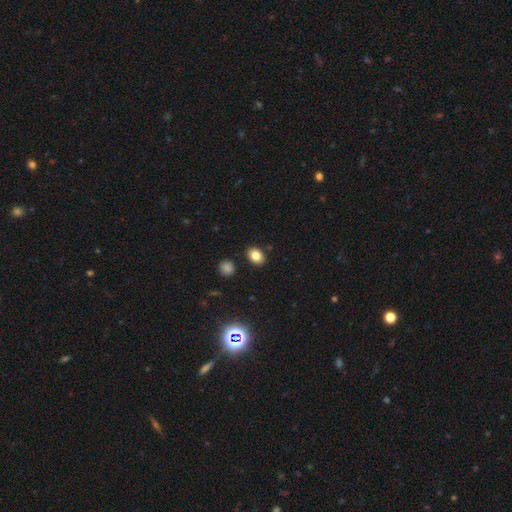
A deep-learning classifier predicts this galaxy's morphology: A smooth galaxy with no disk features (81%) that is in between round and cigar-shaped (69%).

Vote fractions:
- Smooth or featured? smooth: 81% / star or artifact: 11% / featured or disk: 7%
- How rounded? in between: 69% / round: 30% / cigar-shaped: 1%
- Merging? none: 87% / minor disturbance: 8% / merger: 3% / major disturbance: 2%